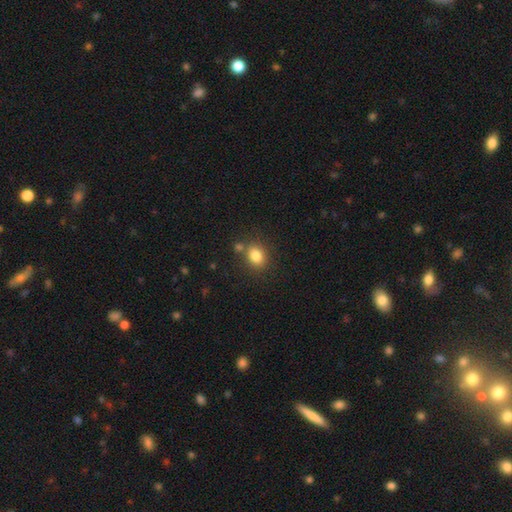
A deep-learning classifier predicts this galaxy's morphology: smooth-or-featured: smooth: 83% | star or artifact: 11% | featured or disk: 7%
  how-rounded: in between: 51% | round: 48% | cigar-shaped: 1%
  merging: none: 72% | merger: 13% | minor disturbance: 11% | major disturbance: 4%